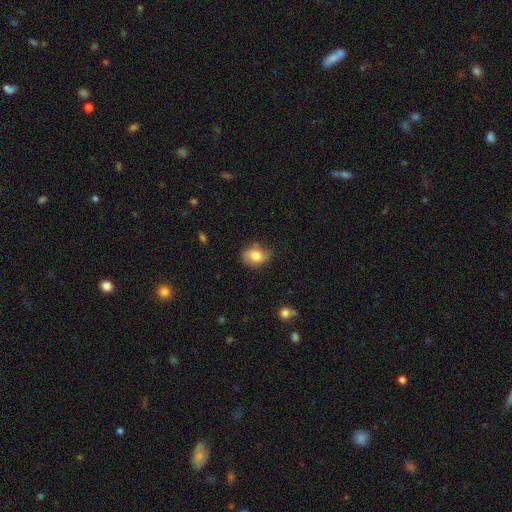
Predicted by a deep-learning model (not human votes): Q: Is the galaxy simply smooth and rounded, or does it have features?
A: smooth — 75%.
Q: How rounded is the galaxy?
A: in between — 55%.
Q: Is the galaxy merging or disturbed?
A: none — 60%.